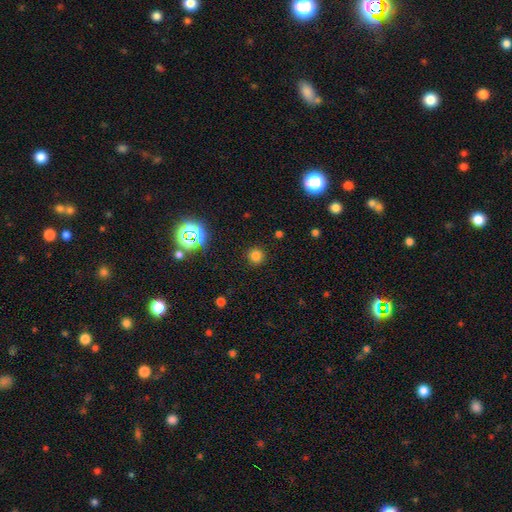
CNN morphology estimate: smooth 76%, star or artifact 20%, featured or disk 5%. Down the decision tree: how rounded — round (94%); merging — none (90%).